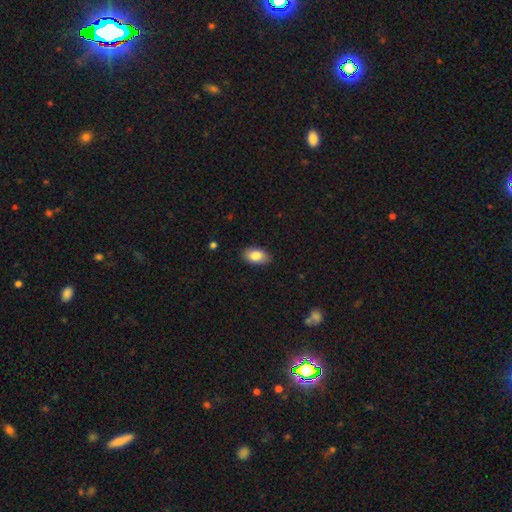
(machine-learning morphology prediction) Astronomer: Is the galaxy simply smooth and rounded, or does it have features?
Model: smooth — 83%.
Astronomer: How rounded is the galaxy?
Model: in between — 92%.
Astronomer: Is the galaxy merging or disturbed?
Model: none — 88%.